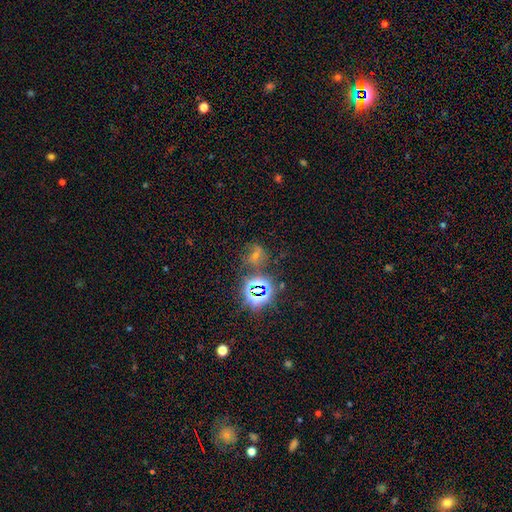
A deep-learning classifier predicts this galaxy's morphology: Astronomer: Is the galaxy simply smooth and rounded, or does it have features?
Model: star or artifact — 62%.